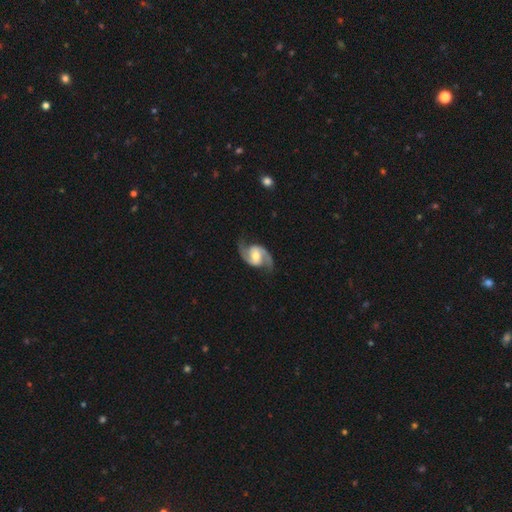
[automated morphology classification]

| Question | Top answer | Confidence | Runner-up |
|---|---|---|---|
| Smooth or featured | featured or disk | 91% | smooth (5%) |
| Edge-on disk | no | 98% | yes (2%) |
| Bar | weak | 44% | no (35%) |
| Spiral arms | yes | 97% | no (3%) |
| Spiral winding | medium | 53% | loose (34%) |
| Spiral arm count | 2 | 94% | can't tell (2%) |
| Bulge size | moderate | 67% | small (24%) |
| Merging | none | 82% | minor disturbance (12%) |